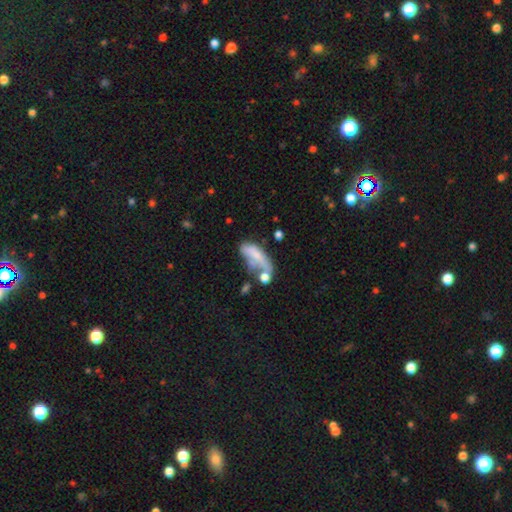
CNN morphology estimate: smooth 54%, featured or disk 35%, star or artifact 10%. Down the decision tree: how rounded — in between (71%); merging — merger (30%, tied with major disturbance).